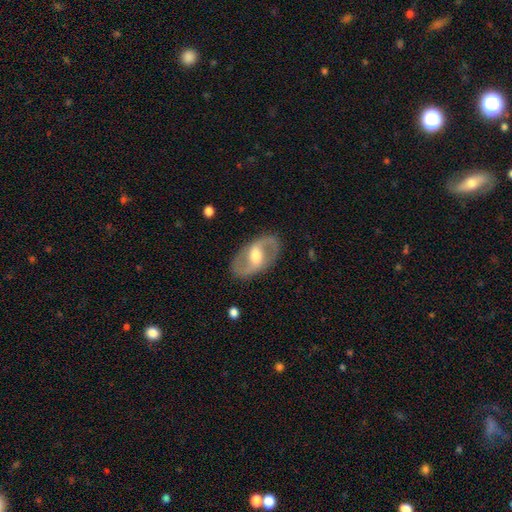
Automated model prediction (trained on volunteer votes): smooth_or_featured: featured or disk (p=0.79) [alt: smooth p=0.16]
disk_edge_on: no (p=0.95) [alt: yes p=0.05]
bar: weak (p=0.47) [alt: strong p=0.32]
has_spiral_arms: yes (p=0.83) [alt: no p=0.17]
spiral_winding: medium (p=0.49) [alt: loose p=0.37]
spiral_arm_count: 2 (p=0.91) [alt: can't tell p=0.05]
bulge_size: moderate (p=0.69) [alt: small p=0.18]
merging: none (p=0.86) [alt: minor disturbance p=0.10]